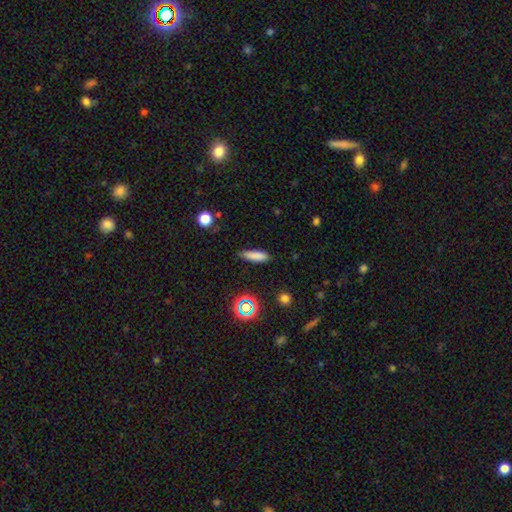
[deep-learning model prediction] Smooth or featured? Predicted: smooth (p=0.80). How rounded? Predicted: cigar-shaped (p=0.64). Merging? Predicted: none (p=0.82).